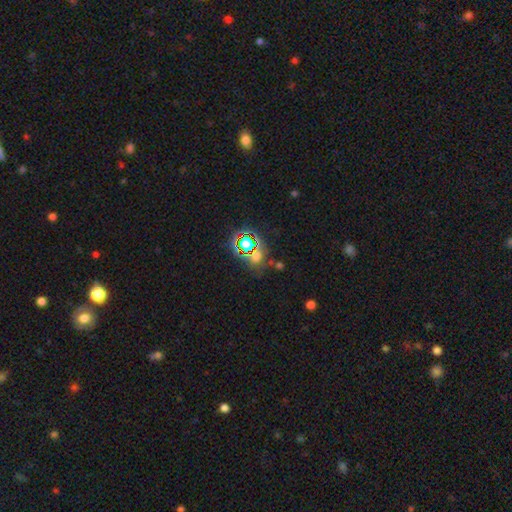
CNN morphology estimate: The model was most divided on "smooth or featured": star or artifact: 54%, smooth: 35%, featured or disk: 11%.